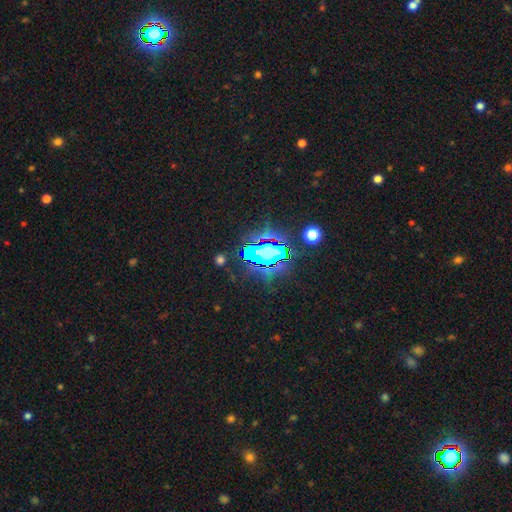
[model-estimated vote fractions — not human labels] smooth_or_featured: star or artifact (p=0.66) [alt: smooth p=0.19]